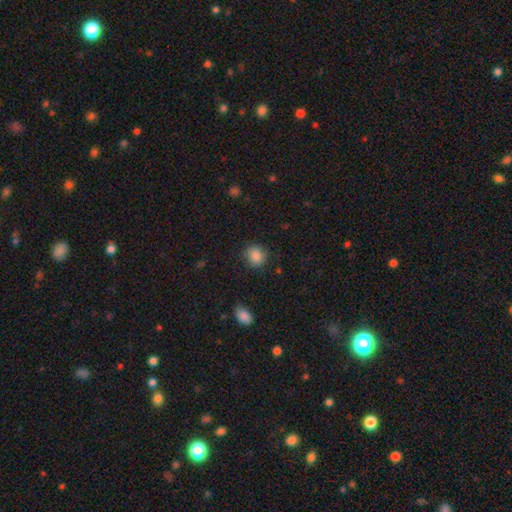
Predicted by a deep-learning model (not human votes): Smooth or featured? Predicted: smooth (p=0.86). How rounded? Predicted: round (p=0.82). Merging? Predicted: none (p=0.84).